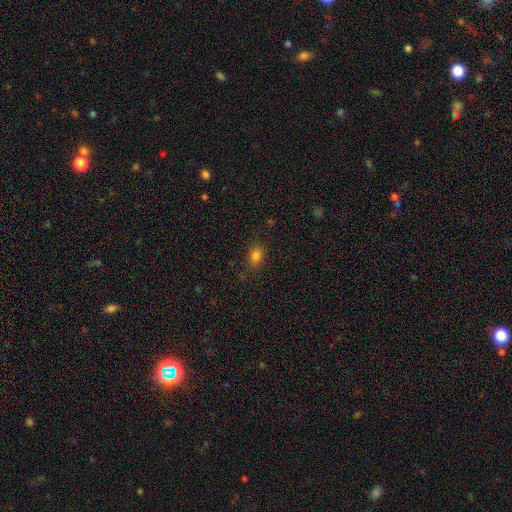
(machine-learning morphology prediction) Overall: smooth (81%). How rounded: in between (65%; round 34%). Merging: none (82%).